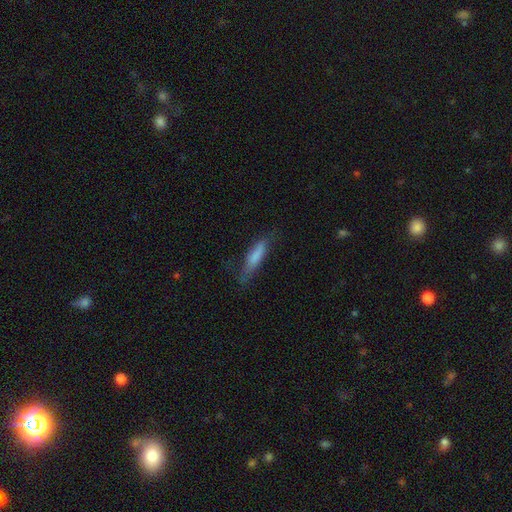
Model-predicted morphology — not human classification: This is likely a smooth galaxy (73%). How rounded: likely cigar-shaped (75%). Merging: possibly none (56%).